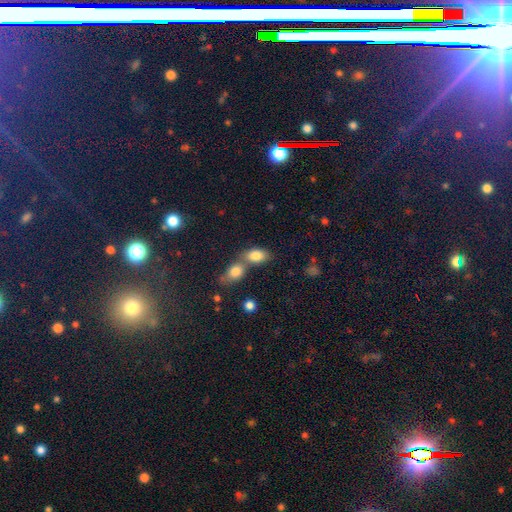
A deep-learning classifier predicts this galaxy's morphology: Smooth or featured? Predicted: smooth (p=0.83). How rounded? Predicted: in between (p=0.87). Merging? Predicted: merger (p=0.52).